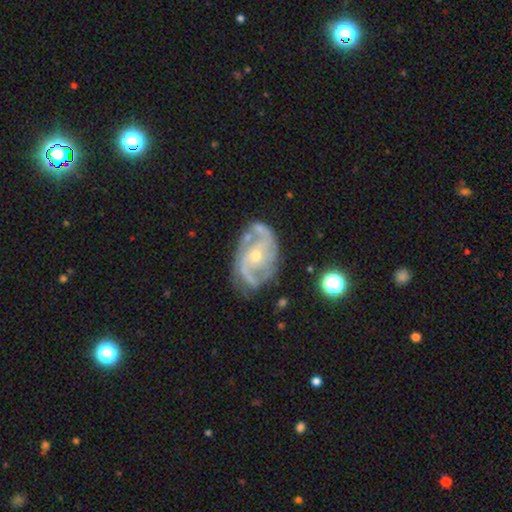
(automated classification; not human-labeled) A featured or disk galaxy (87%) with no bar (57%), 2 (69%) medium (50%) spiral arms (95%) and a small central bulge (56%).

Vote fractions:
- Smooth or featured? featured or disk: 87% / smooth: 7% / star or artifact: 6%
- Edge-on disk? no: 97% / yes: 3%
- Bar? no: 57% / weak: 32% / strong: 11%
- Spiral arms? yes: 95% / no: 5%
- Spiral winding? medium: 50% / tight: 35% / loose: 15%
- Spiral arm count? 2: 69% / 3: 13% / can't tell: 11% / 1: 3% / 4: 3% / more than 4: 2%
- Bulge size? small: 56% / moderate: 41% / large: 1% / none: 1% / dominant: 1%
- Merging? none: 65% / minor disturbance: 22% / major disturbance: 8% / merger: 5%